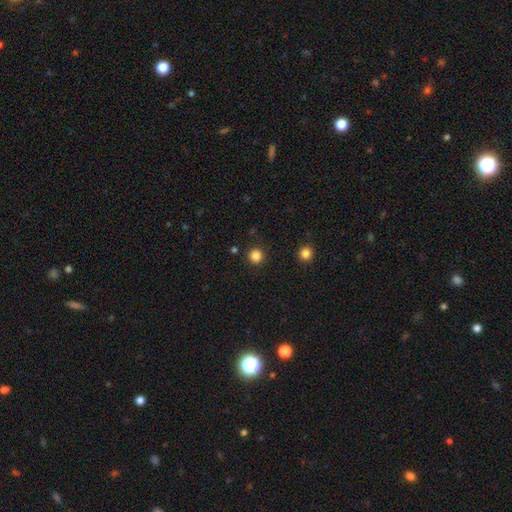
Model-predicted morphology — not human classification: This is clearly a smooth galaxy (85%). How rounded: clearly round (95%). Merging: clearly none (91%).